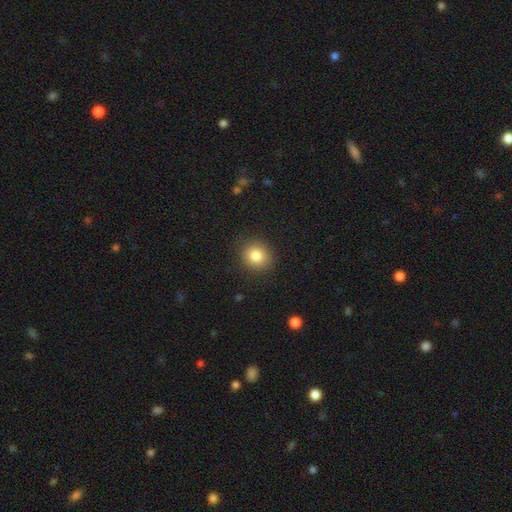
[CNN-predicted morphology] smooth_or_featured: smooth (p=0.83) [alt: star or artifact p=0.10]
how_rounded: round (p=0.82) [alt: in between p=0.17]
merging: none (p=0.89) [alt: minor disturbance p=0.07]